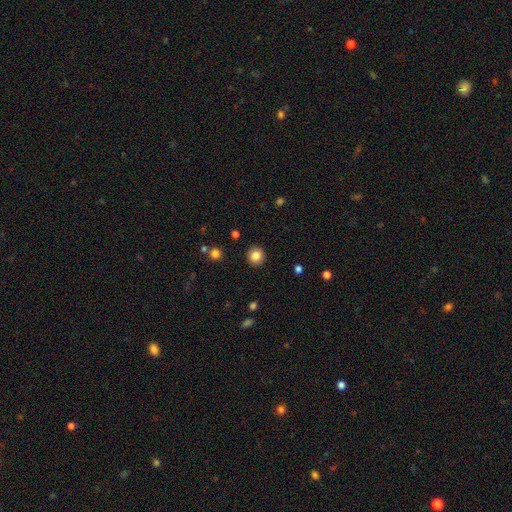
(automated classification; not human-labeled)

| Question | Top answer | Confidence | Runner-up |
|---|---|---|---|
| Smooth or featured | smooth | 84% | star or artifact (10%) |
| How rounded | round | 92% | in between (7%) |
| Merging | none | 92% | minor disturbance (5%) |